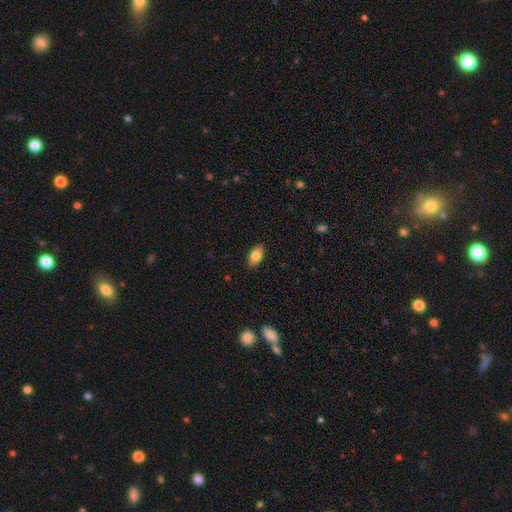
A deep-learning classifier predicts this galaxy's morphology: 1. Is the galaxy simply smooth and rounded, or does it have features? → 84% smooth, 9% featured or disk, 7% star or artifact.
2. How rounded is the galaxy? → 92% in between, 5% round, 3% cigar-shaped.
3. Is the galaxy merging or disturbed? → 89% none, 8% minor disturbance, 2% major disturbance, 1% merger.